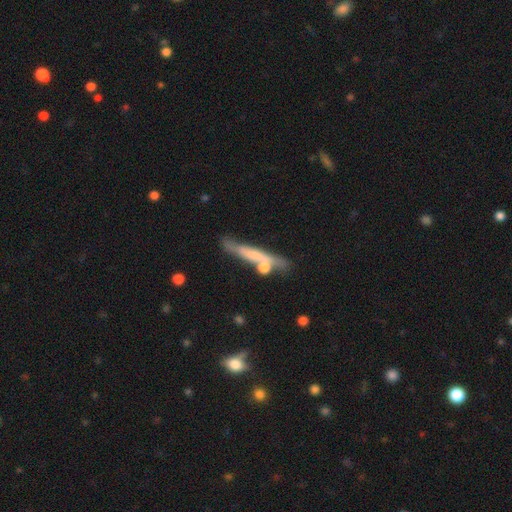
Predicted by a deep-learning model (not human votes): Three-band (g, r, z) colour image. It shows a smooth galaxy with no disk features (47%). Merging: none (62%).